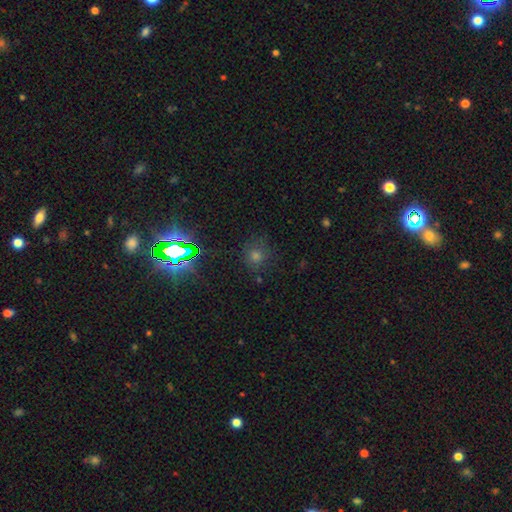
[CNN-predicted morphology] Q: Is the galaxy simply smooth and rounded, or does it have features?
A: smooth — 50%.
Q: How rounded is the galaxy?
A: round — 89%.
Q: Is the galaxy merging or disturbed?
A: none — 83%.